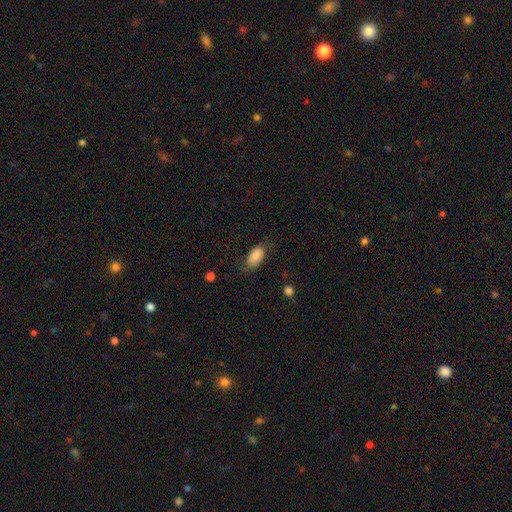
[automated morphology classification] This appears to be a smooth galaxy with no disk features (86%) that is in between round and cigar-shaped (93%). Merging: none (69%).